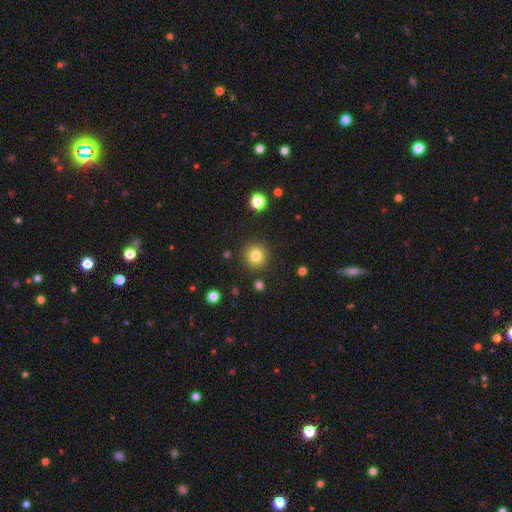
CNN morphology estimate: Smooth or featured? Predicted: smooth (p=0.81). How rounded? Predicted: round (p=0.94). Merging? Predicted: none (p=0.89).